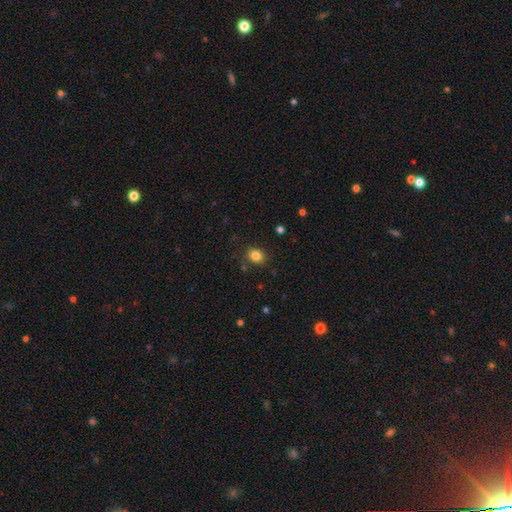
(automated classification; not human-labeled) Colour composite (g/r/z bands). It shows a smooth galaxy with no disk features (83%) that is round (61%). Merging: none (85%).